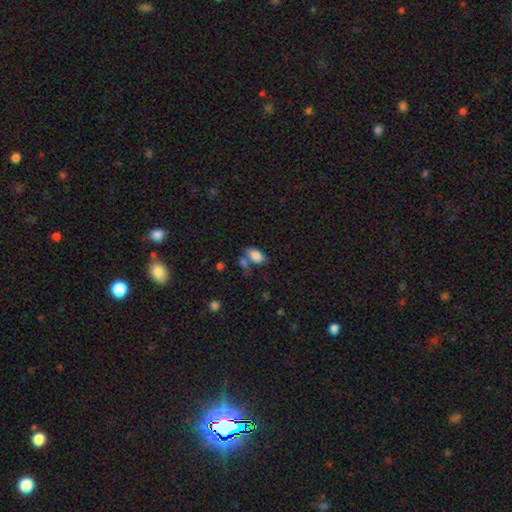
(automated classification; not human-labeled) Q: Smooth or featured?
A: smooth (84%); runner-up: star or artifact (8%)
Q: How rounded?
A: in between (92%); runner-up: round (5%)
Q: Merging?
A: none (47%); runner-up: merger (27%)